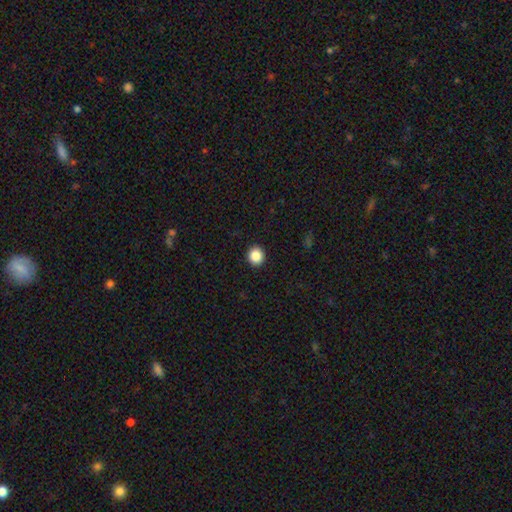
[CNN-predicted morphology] A smooth galaxy with no disk features (86%) that is round (91%).

Vote fractions:
- Smooth or featured? smooth: 86% / star or artifact: 10% / featured or disk: 4%
- How rounded? round: 91% / in between: 8% / cigar-shaped: 1%
- Merging? none: 93% / minor disturbance: 4% / major disturbance: 1% / merger: 1%